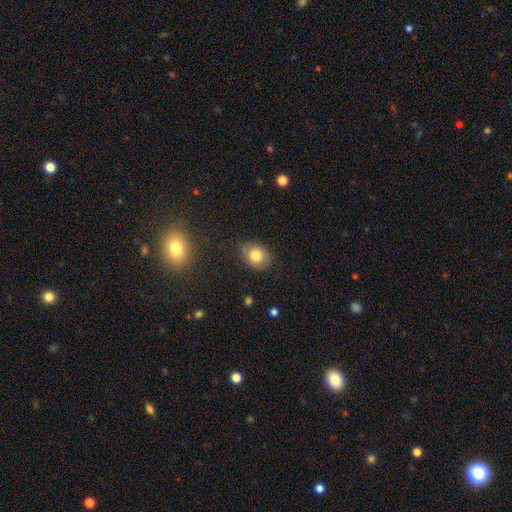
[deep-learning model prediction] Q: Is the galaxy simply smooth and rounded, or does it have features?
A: smooth — 76%.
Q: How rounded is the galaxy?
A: in between — 62%.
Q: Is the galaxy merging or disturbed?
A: none — 80%.